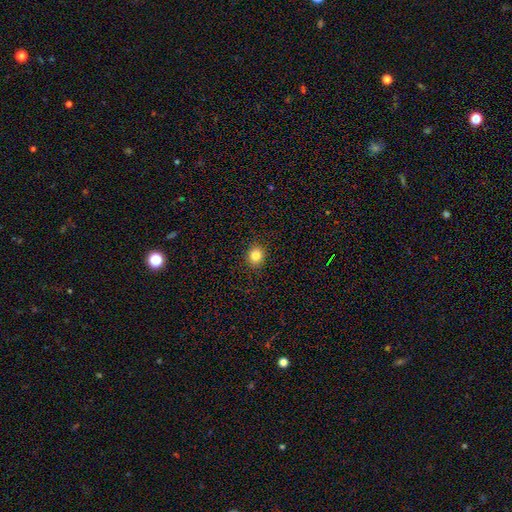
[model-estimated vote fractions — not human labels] smooth_or_featured: smooth (p=0.82) [alt: star or artifact p=0.11]
how_rounded: round (p=0.72) [alt: in between p=0.27]
merging: none (p=0.90) [alt: minor disturbance p=0.07]